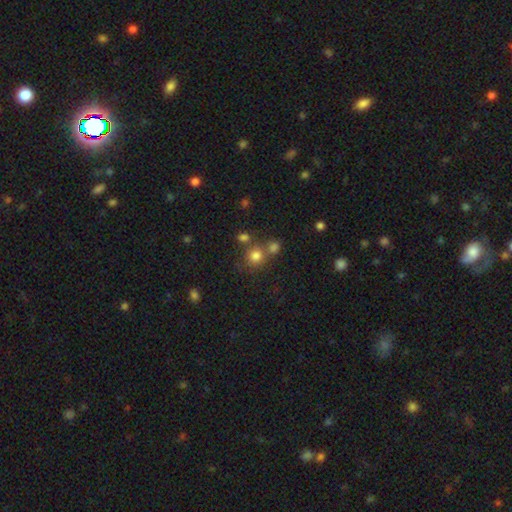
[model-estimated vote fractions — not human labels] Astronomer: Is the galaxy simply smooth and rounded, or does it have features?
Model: smooth — 77%.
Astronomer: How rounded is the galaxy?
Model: round — 87%.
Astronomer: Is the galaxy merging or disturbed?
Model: none — 61%.